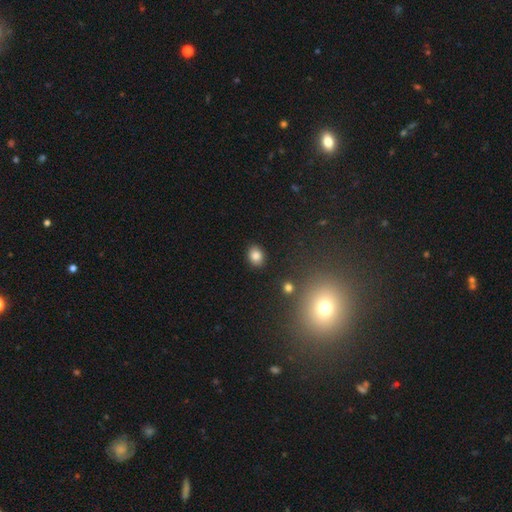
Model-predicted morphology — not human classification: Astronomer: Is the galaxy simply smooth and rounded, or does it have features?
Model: smooth — 83%.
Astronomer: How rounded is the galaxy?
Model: in between — 60% (runner-up: round, 39%).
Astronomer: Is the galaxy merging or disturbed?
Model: none — 88%.